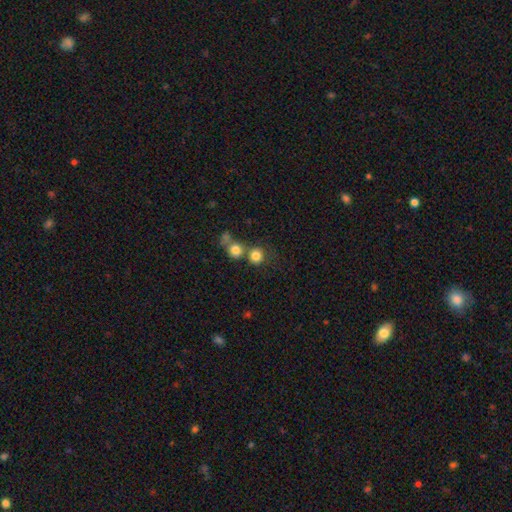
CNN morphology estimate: This appears to be a smooth galaxy with no disk features (81%) that is round (89%). Merging: none (55%).